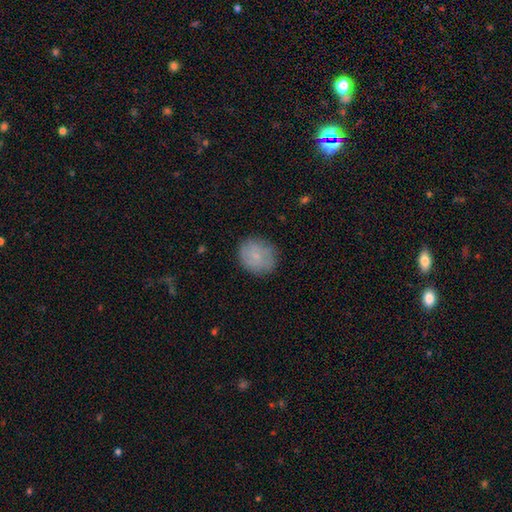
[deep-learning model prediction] Smooth or featured?
  - smooth: 76% *
  - featured or disk: 16%
  - star or artifact: 8%
How rounded?
  - round: 76% *
  - in between: 23%
  - cigar-shaped: 1%
Merging?
  - none: 81% *
  - minor disturbance: 14%
  - major disturbance: 4%
  - merger: 1%